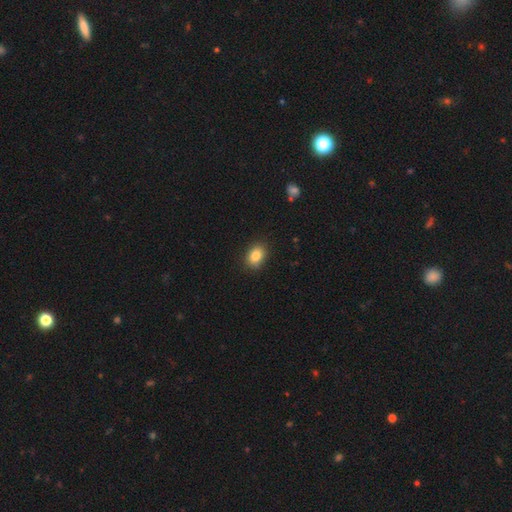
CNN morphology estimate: Q: Smooth or featured?
A: smooth (85%); runner-up: star or artifact (9%)
Q: How rounded?
A: in between (69%); runner-up: round (30%)
Q: Merging?
A: none (87%); runner-up: minor disturbance (9%)